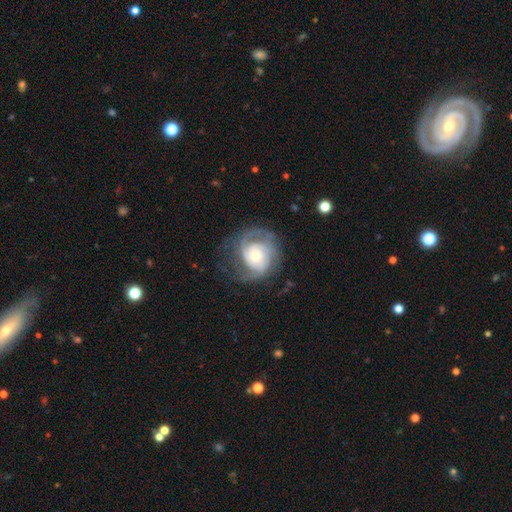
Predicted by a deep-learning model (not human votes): The model was most divided on "bulge size": moderate: 48%, small: 38%, large: 10%, dominant: 2%, none: 2%. Remaining: edge-on disk — no (98%); spiral arms — yes (92%); smooth or featured — featured or disk (80%); bar — no (75%); merging — none (61%); spiral winding — tight (51%); spiral arm count — 2 (38%).